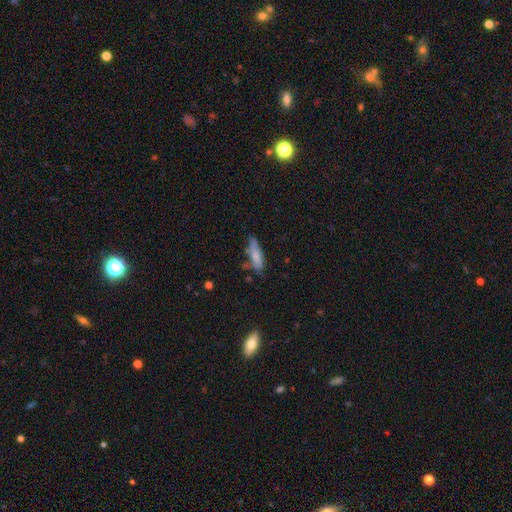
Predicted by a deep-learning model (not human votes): A smooth galaxy with no disk features (72%) that is cigar-shaped (53%). Merging: none (55%).